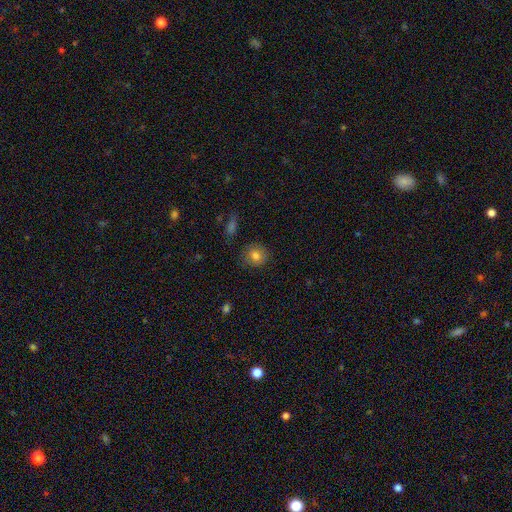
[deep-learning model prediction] smooth 80%, star or artifact 10%, featured or disk 10%. Down the decision tree: how rounded — round (87%); merging — none (84%).